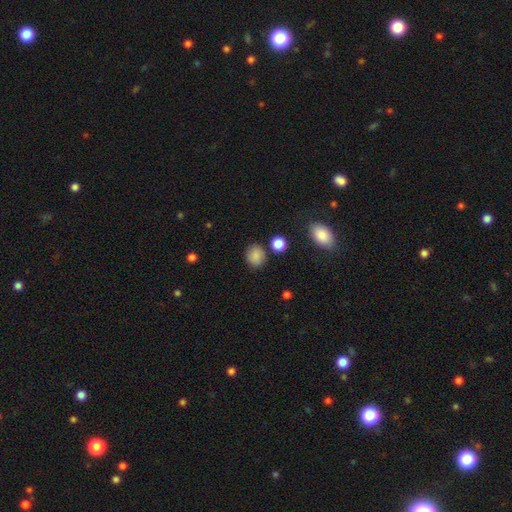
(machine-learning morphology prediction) This appears to be a smooth galaxy with no disk features (82%) that is round (70%). Merging: none (80%).